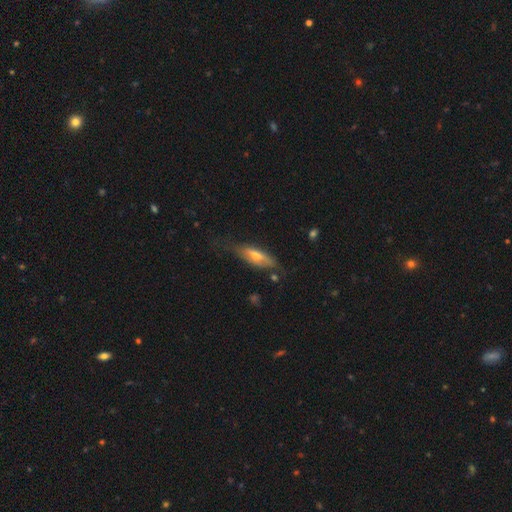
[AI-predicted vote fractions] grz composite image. It shows a smooth galaxy with no disk features (51%) that is in between round and cigar-shaped (50%). Merging: none (60%).